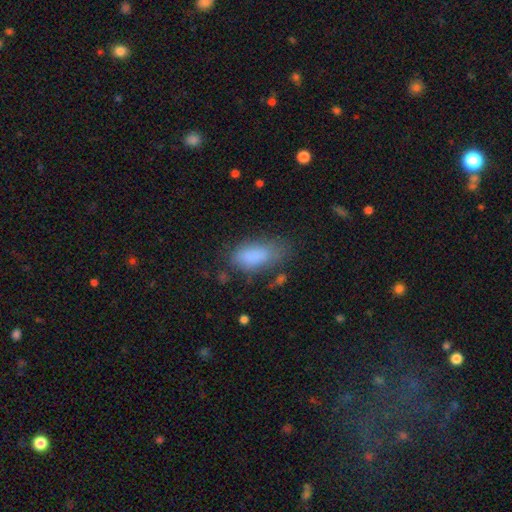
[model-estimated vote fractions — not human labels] This is clearly a smooth galaxy (82%). How rounded: clearly in between (90%). Merging: possibly none (50%).